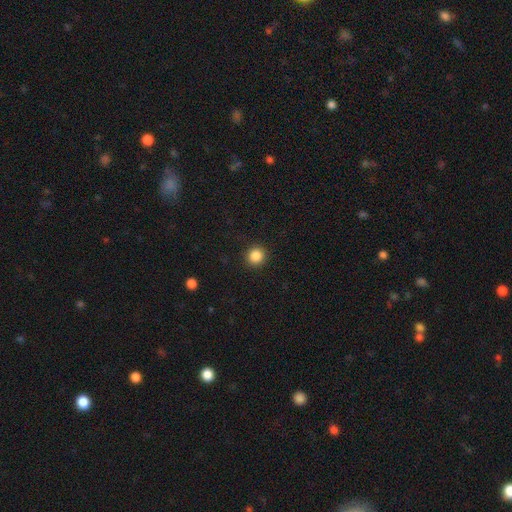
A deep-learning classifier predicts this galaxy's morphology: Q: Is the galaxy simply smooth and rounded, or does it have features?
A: smooth — 86%.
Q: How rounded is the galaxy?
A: round — 94%.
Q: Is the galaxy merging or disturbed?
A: none — 92%.